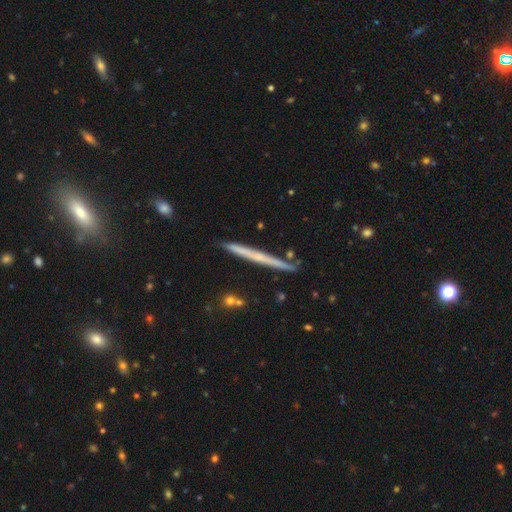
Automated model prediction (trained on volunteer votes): Overall: featured or disk (58%; smooth 34%). Edge-on disk: yes (97%). Edge-on bulge: none (73%). Merging: none (88%).